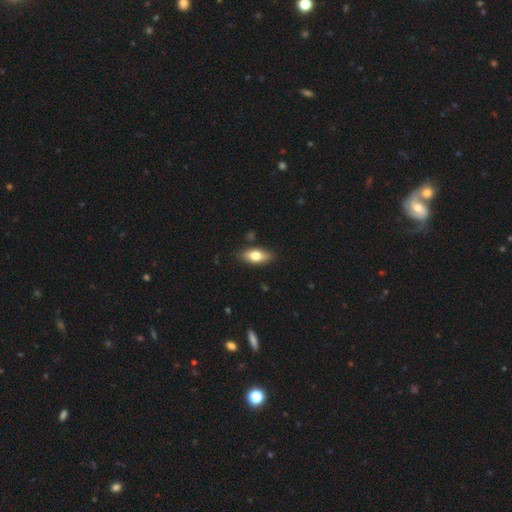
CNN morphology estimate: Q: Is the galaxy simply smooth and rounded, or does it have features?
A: smooth — 72%.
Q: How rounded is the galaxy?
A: in between — 82%.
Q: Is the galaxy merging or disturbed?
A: none — 84%.